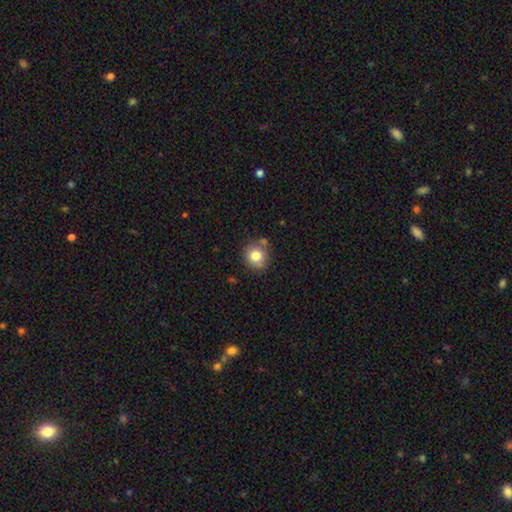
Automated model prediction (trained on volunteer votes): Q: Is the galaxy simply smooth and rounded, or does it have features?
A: smooth — 80%.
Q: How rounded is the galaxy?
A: round — 84%.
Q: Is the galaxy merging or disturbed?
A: none — 72%.